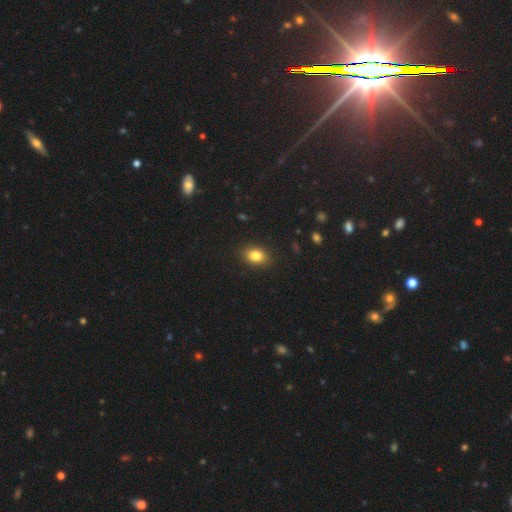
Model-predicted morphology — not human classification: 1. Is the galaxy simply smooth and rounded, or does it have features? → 83% smooth, 10% star or artifact, 7% featured or disk.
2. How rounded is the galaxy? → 73% in between, 26% round, 1% cigar-shaped.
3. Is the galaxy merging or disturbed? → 89% none, 8% minor disturbance, 2% major disturbance, 1% merger.